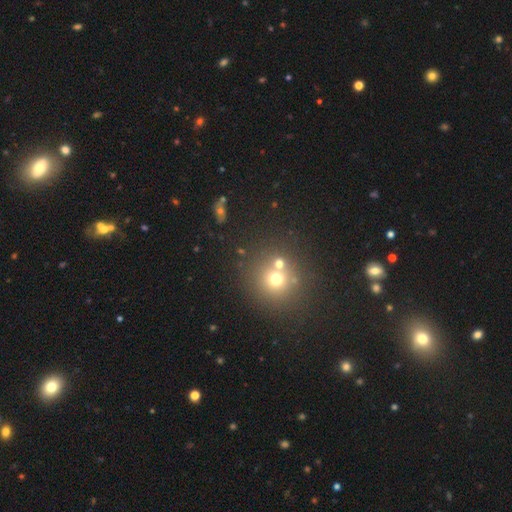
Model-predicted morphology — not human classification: Q: Smooth or featured?
A: smooth (51%); runner-up: star or artifact (38%)
Q: How rounded?
A: round (89%); runner-up: in between (10%)
Q: Merging?
A: none (64%); runner-up: merger (24%)